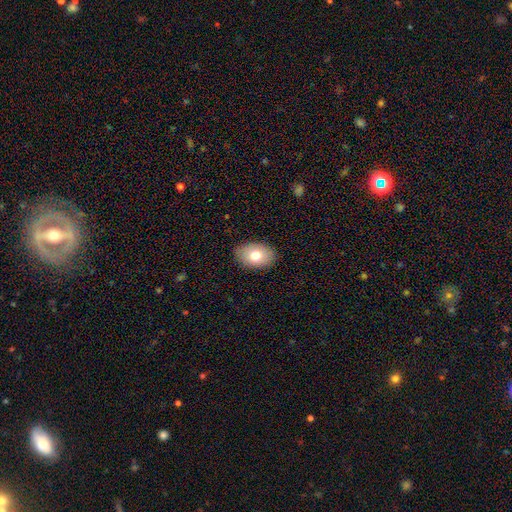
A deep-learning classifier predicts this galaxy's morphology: type=smooth (76%); roundness=in between (84%); merging=none (86%).